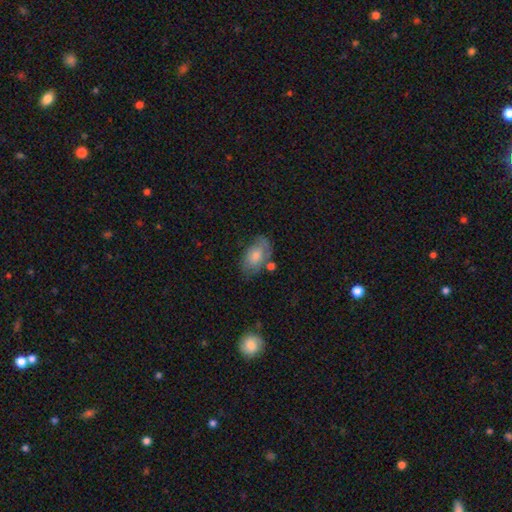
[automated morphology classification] Smooth or featured? Predicted: smooth (p=0.68). How rounded? Predicted: in between (p=0.92). Merging? Predicted: none (p=0.55).